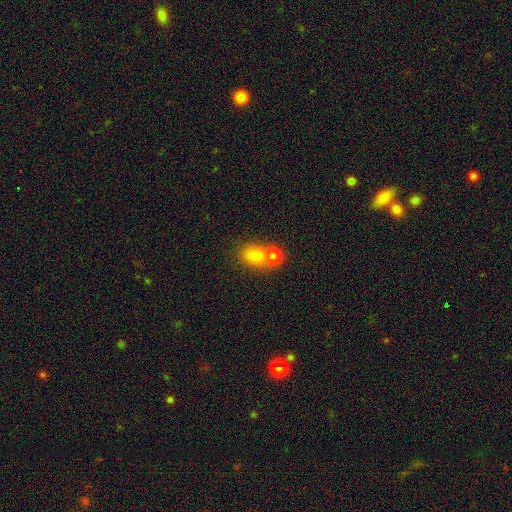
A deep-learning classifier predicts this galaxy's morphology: Q: Smooth or featured?
A: smooth (78%); runner-up: star or artifact (11%)
Q: How rounded?
A: round (71%); runner-up: in between (28%)
Q: Merging?
A: merger (59%); runner-up: none (34%)